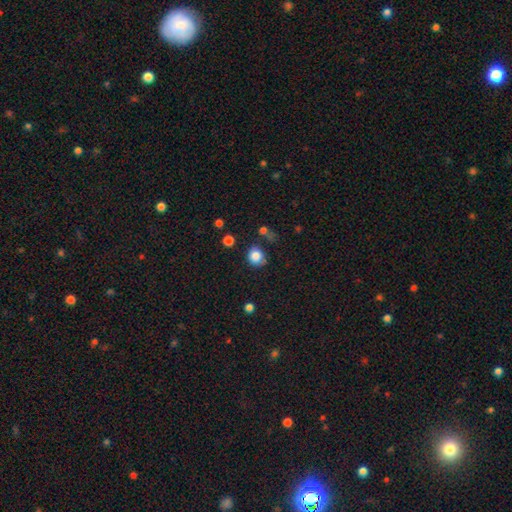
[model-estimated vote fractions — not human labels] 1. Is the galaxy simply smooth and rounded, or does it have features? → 85% smooth, 10% star or artifact, 5% featured or disk.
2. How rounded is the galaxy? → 80% round, 19% in between, 1% cigar-shaped.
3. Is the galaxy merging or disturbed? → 72% none, 18% minor disturbance, 6% merger, 5% major disturbance.